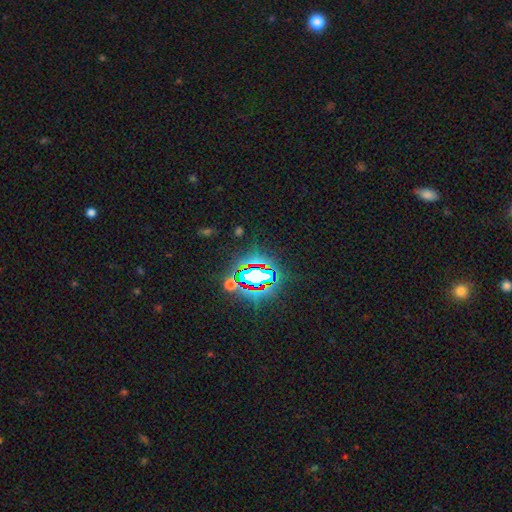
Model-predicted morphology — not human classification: A star or artifact, not a galaxy (81%).